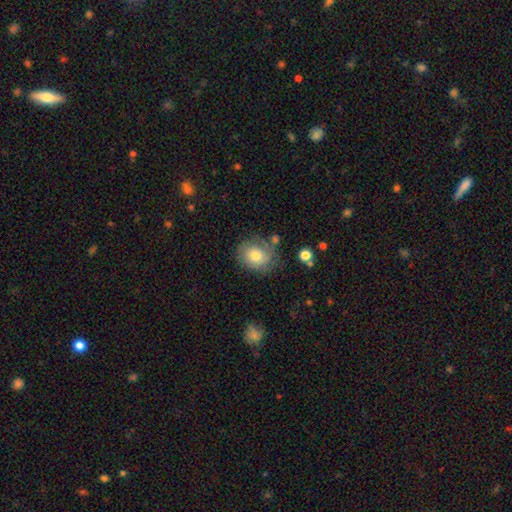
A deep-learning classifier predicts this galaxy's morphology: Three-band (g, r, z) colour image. It shows a smooth galaxy with no disk features (67%) that is round (73%). Merging: none (64%).